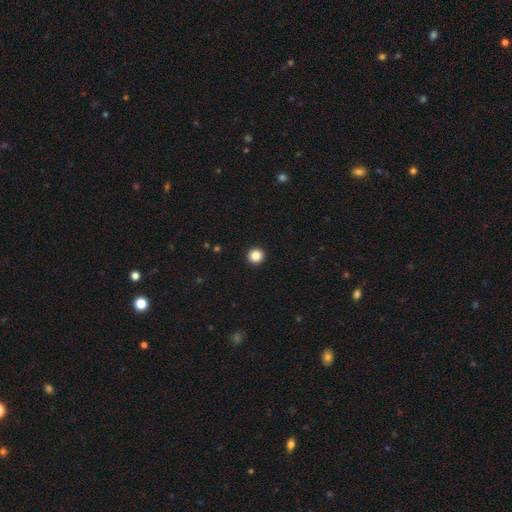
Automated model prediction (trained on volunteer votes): Q: Smooth or featured?
A: smooth (86%); runner-up: star or artifact (10%)
Q: How rounded?
A: round (96%); runner-up: in between (3%)
Q: Merging?
A: none (94%); runner-up: minor disturbance (4%)